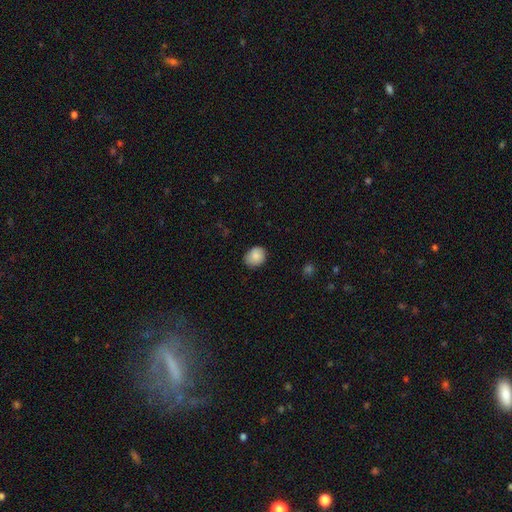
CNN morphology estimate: Smooth or featured: smooth — 86% (star or artifact — 8%)
How rounded: round — 57% (in between — 42%)
Merging: none — 77% (minor disturbance — 19%)